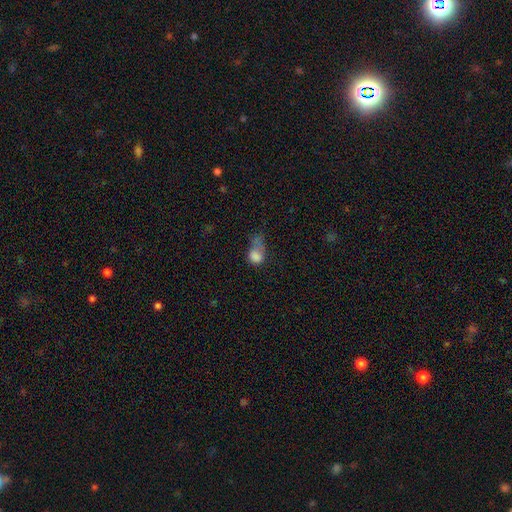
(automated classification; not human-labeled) A smooth galaxy with no disk features (75%) that is in between round and cigar-shaped (61%).

Vote fractions:
- Smooth or featured? smooth: 75% / featured or disk: 13% / star or artifact: 12%
- How rounded? in between: 61% / round: 37% / cigar-shaped: 2%
- Merging? major disturbance: 42% / minor disturbance: 22% / merger: 19% / none: 17%